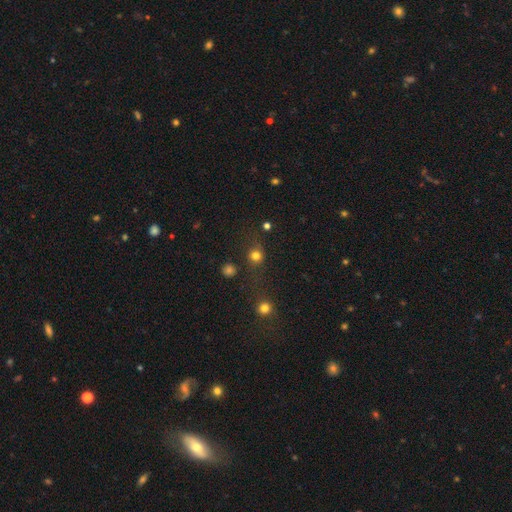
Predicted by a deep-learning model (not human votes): Q: Smooth or featured?
A: smooth (76%); runner-up: star or artifact (17%)
Q: How rounded?
A: round (88%); runner-up: in between (11%)
Q: Merging?
A: none (74%); runner-up: minor disturbance (11%)